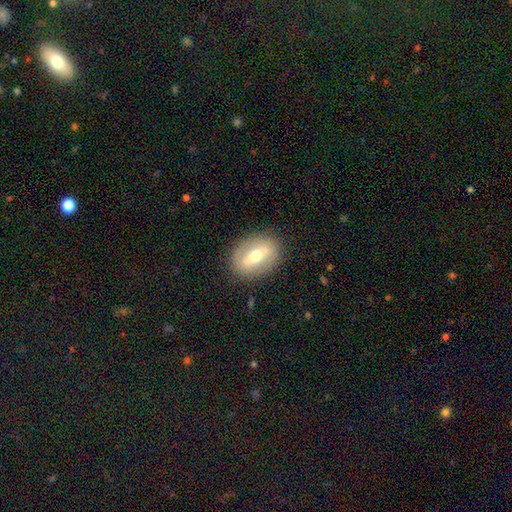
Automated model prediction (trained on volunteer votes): smooth_or_featured: featured or disk (p=0.50) [alt: smooth p=0.42]
disk_edge_on: no (p=0.84) [alt: yes p=0.16]
merging: none (p=0.85) [alt: minor disturbance p=0.10]